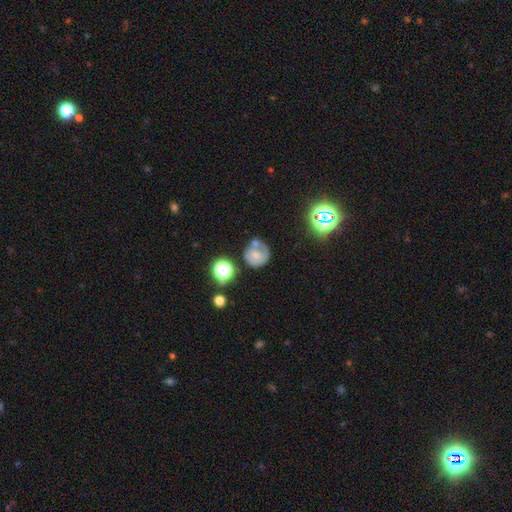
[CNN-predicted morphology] This appears to be a smooth galaxy with no disk features (48%). Merging: none (46%).